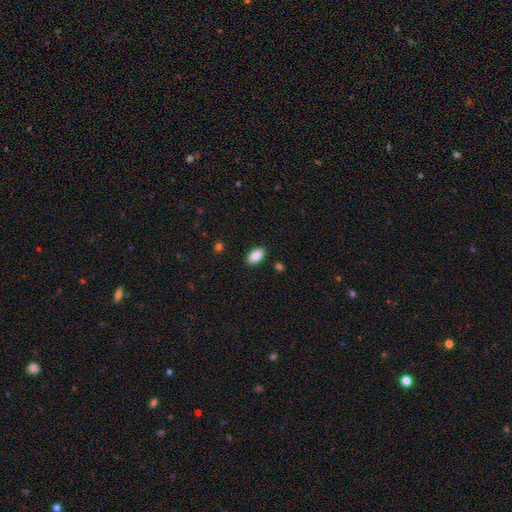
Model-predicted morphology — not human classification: Smooth or featured? smooth (88%)
How rounded? in between (94%)
Merging? none (89%)